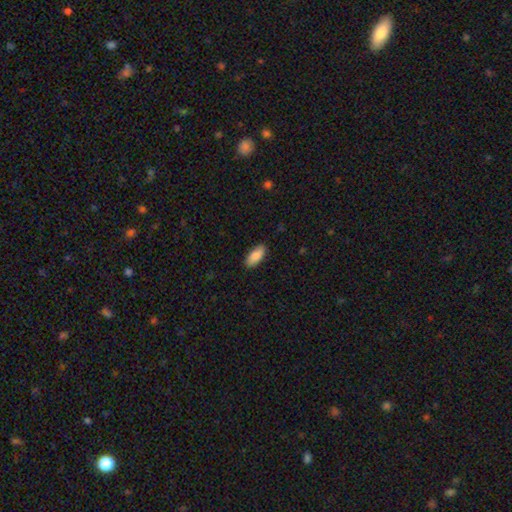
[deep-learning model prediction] Smooth or featured?
  - smooth: 88% *
  - featured or disk: 6%
  - star or artifact: 6%
How rounded?
  - in between: 87% *
  - cigar-shaped: 11%
  - round: 2%
Merging?
  - none: 88% *
  - minor disturbance: 9%
  - major disturbance: 2%
  - merger: 1%